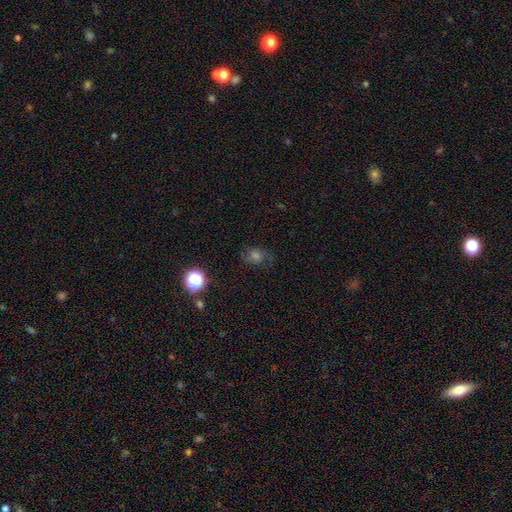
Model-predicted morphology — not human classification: smooth-or-featured: smooth: 41% | featured or disk: 31% | star or artifact: 29%
  merging: none: 70% | minor disturbance: 18% | major disturbance: 10% | merger: 2%